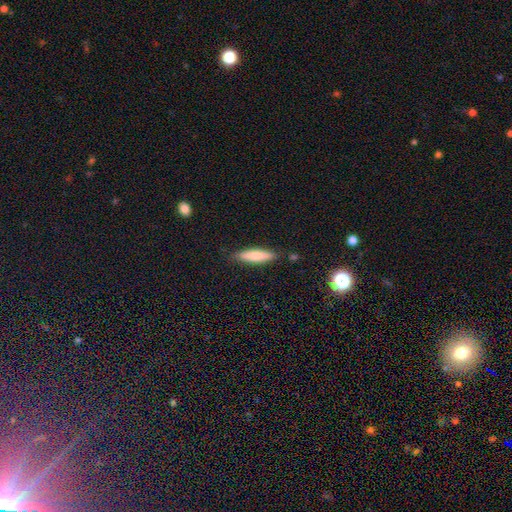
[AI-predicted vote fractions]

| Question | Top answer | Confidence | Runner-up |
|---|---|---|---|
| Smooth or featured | smooth | 74% | featured or disk (20%) |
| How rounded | cigar-shaped | 71% | in between (27%) |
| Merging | none | 84% | minor disturbance (12%) |